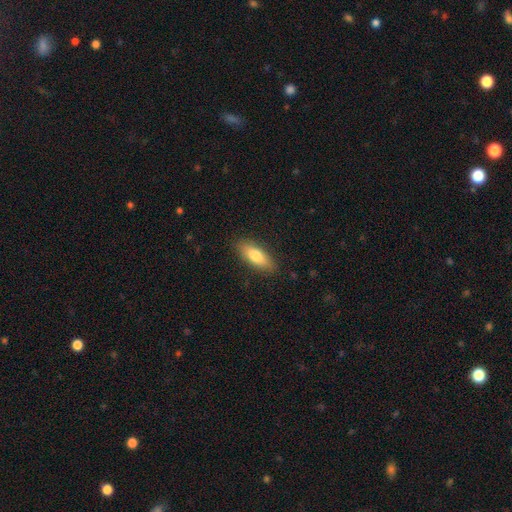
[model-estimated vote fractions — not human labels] Morphology: type=smooth (77%); roundness=in between (69%); merging=none (87%).